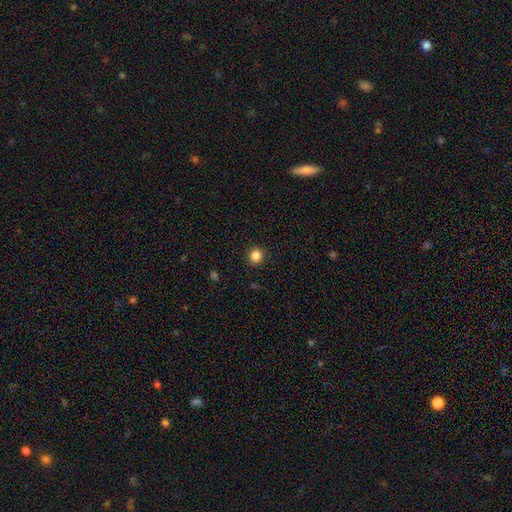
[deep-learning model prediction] The model was most divided on "smooth or featured": smooth: 83%, star or artifact: 12%, featured or disk: 4%. More confident: how rounded — round (93%); merging — none (93%).